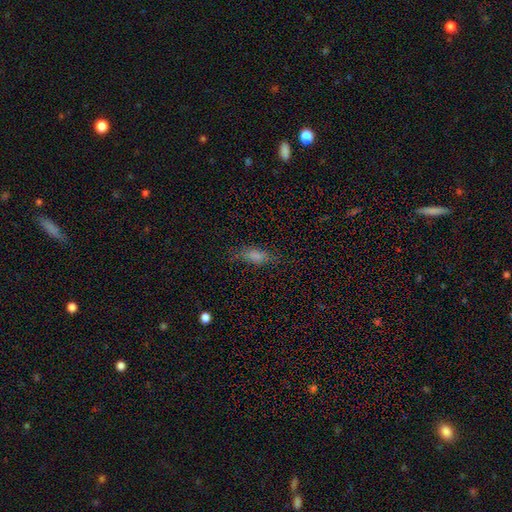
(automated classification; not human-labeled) This appears to be a smooth galaxy with no disk features (75%) that is in between round and cigar-shaped (73%). Merging: none (72%).